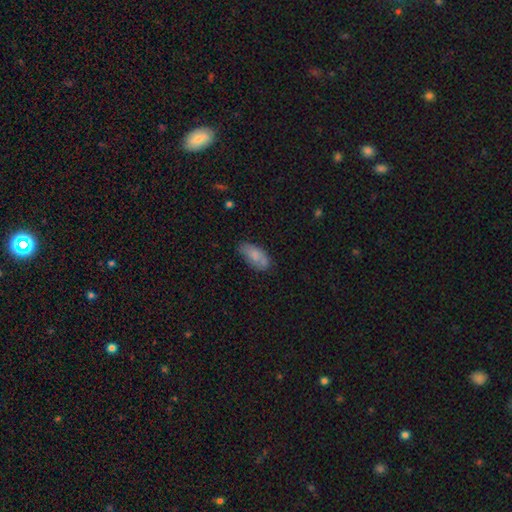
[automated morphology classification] Smooth or featured? smooth (77%)
How rounded? in between (91%)
Merging? none (64%)